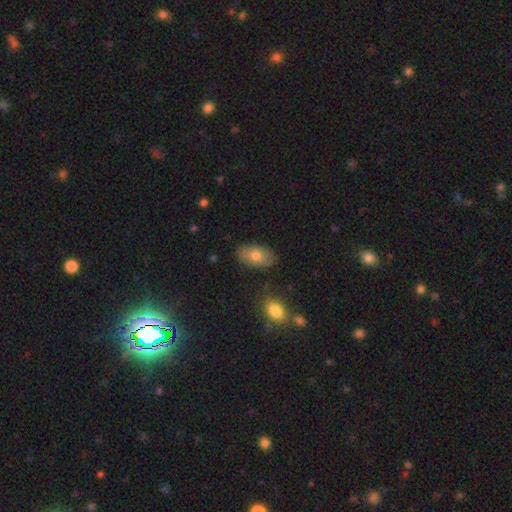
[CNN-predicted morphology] smooth 74%, featured or disk 19%, star or artifact 7%. Down the decision tree: how rounded — in between (93%); merging — none (80%).